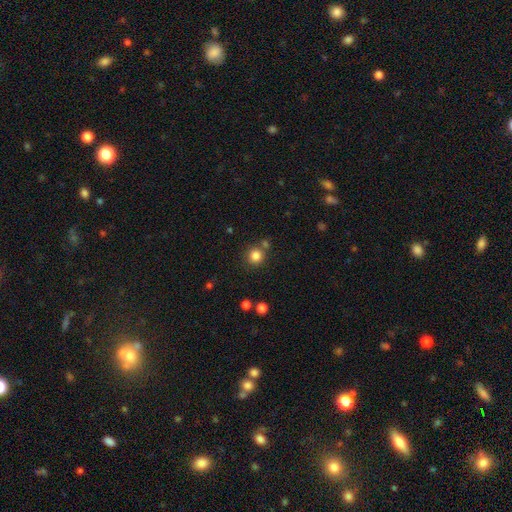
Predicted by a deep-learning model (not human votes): A smooth galaxy with no disk features (83%) that is round (92%). Merging: none (77%).